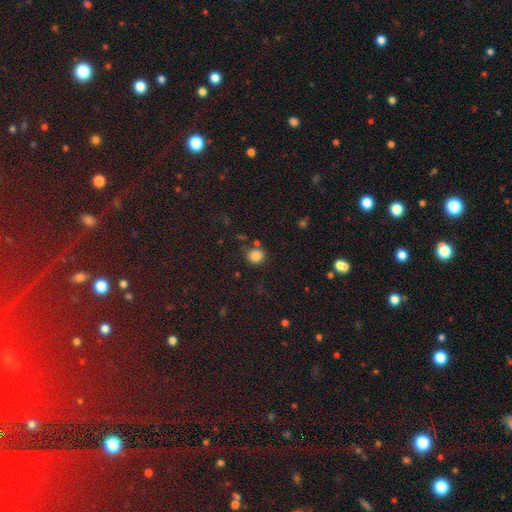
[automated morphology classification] A smooth galaxy with no disk features (83%) that is round (79%). Merging: none (76%).